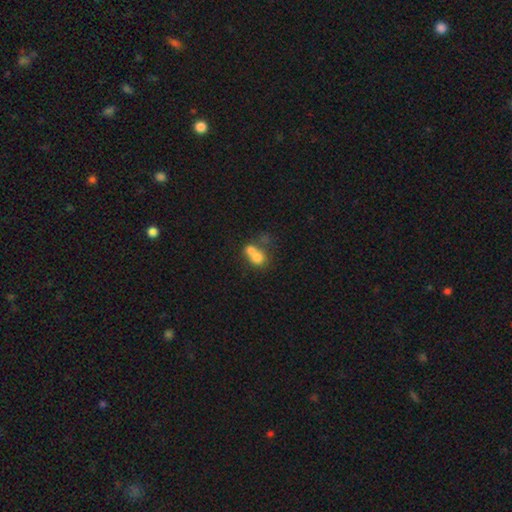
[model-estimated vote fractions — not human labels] smooth_or_featured: smooth (p=0.69) [alt: featured or disk p=0.20]
how_rounded: round (p=0.67) [alt: in between p=0.32]
merging: merger (p=0.67) [alt: none p=0.22]